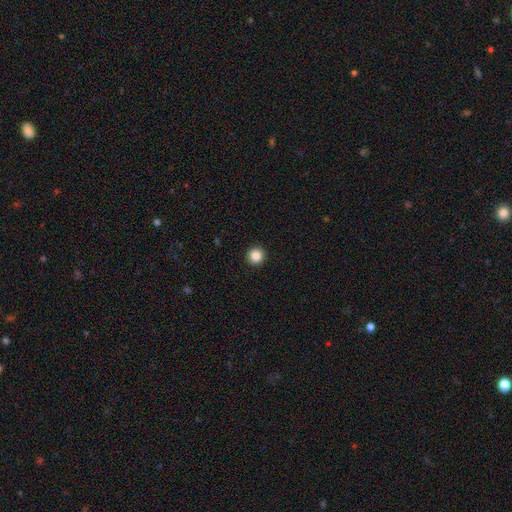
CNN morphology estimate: Overall: smooth (87%). How rounded: round (96%). Merging: none (94%).